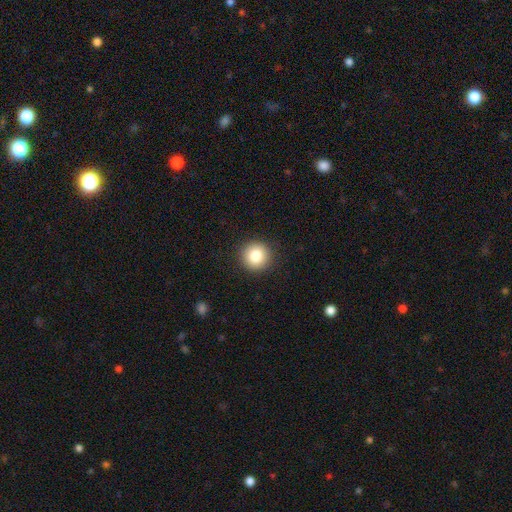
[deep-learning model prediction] The model was most divided on "smooth or featured": smooth: 84%, star or artifact: 10%, featured or disk: 6%. More confident: how rounded — round (95%); merging — none (92%).